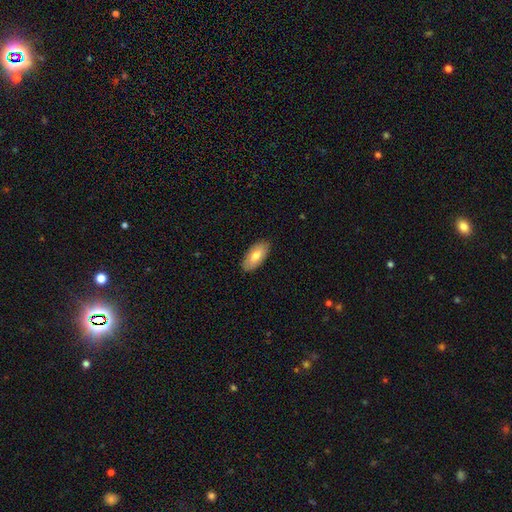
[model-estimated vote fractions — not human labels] smooth_or_featured: smooth (p=0.72) [alt: featured or disk p=0.22]
how_rounded: in between (p=0.92) [alt: cigar-shaped p=0.05]
merging: none (p=0.87) [alt: minor disturbance p=0.10]